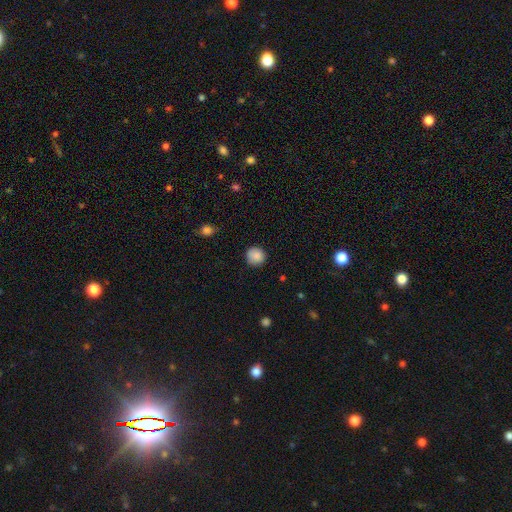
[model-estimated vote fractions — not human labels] smooth 87%, star or artifact 9%, featured or disk 5%. Down the decision tree: how rounded — round (92%); merging — none (85%).